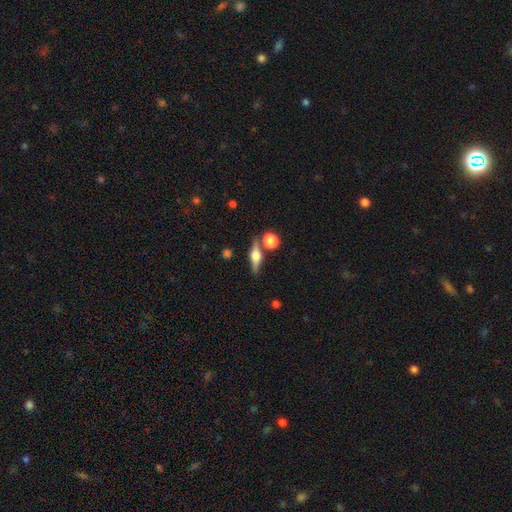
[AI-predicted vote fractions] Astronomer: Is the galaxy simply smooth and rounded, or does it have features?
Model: featured or disk — 67%.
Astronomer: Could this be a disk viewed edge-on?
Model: yes — 96%.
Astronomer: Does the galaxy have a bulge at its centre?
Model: rounded — 93%.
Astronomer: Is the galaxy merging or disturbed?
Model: none — 79%.